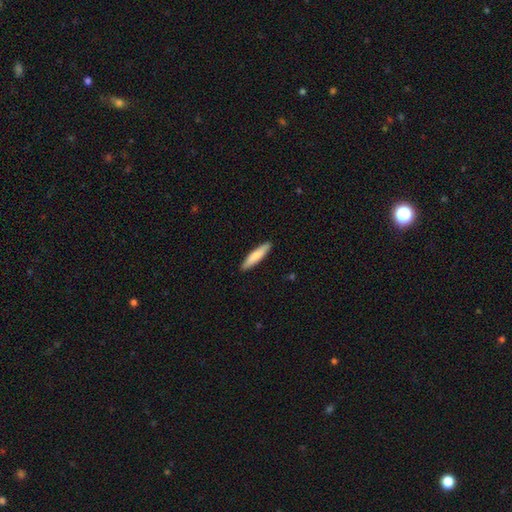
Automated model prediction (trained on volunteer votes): A smooth galaxy with no disk features (80%) that is cigar-shaped (84%).

Vote fractions:
- Smooth or featured? smooth: 80% / featured or disk: 15% / star or artifact: 5%
- How rounded? cigar-shaped: 84% / in between: 14% / round: 1%
- Merging? none: 90% / minor disturbance: 7% / major disturbance: 1% / merger: 1%